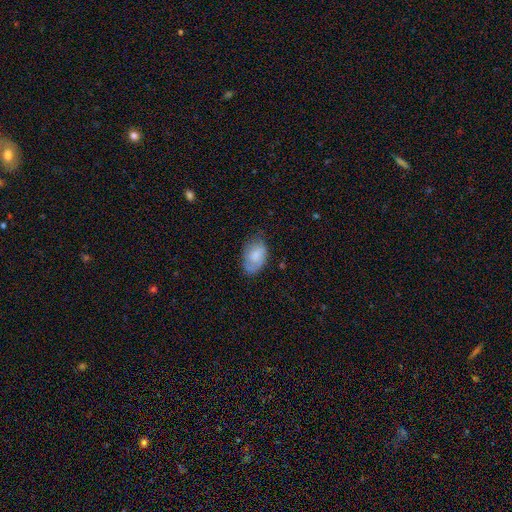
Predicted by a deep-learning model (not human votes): smooth_or_featured: smooth (p=0.70) [alt: featured or disk p=0.23]
how_rounded: in between (p=0.91) [alt: round p=0.08]
merging: none (p=0.58) [alt: minor disturbance p=0.31]